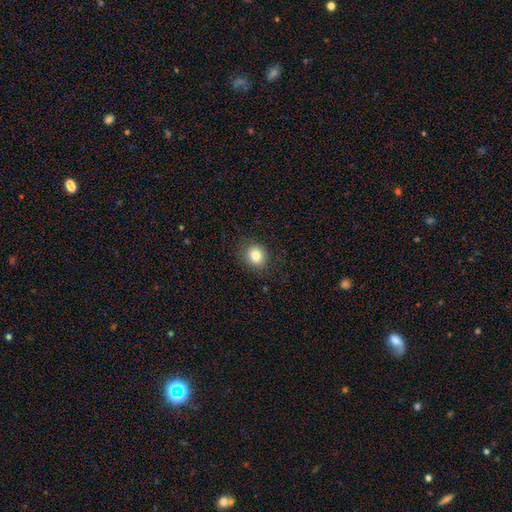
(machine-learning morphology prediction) A smooth galaxy with no disk features (82%) that is round (77%).

Vote fractions:
- Smooth or featured? smooth: 82% / star or artifact: 11% / featured or disk: 7%
- How rounded? round: 77% / in between: 23% / cigar-shaped: 1%
- Merging? none: 86% / minor disturbance: 10% / major disturbance: 3% / merger: 1%